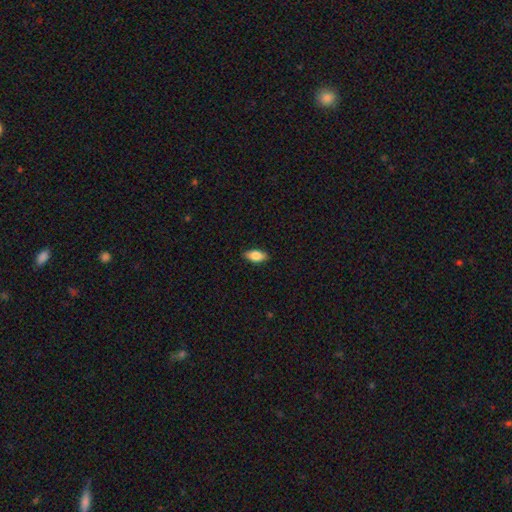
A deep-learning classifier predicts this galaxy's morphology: smooth_or_featured: smooth (p=0.80) [alt: featured or disk p=0.13]
how_rounded: in between (p=0.88) [alt: cigar-shaped p=0.09]
merging: none (p=0.88) [alt: minor disturbance p=0.09]